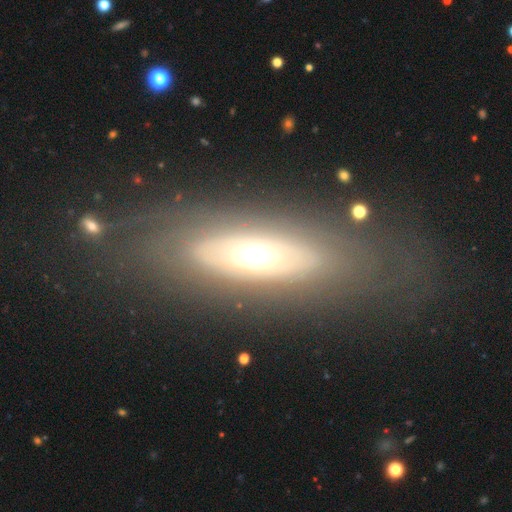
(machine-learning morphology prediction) The model was most divided on "smooth or featured": featured or disk: 60%, smooth: 31%, star or artifact: 9%. More confident: merging — none (75%); edge-on disk — no (70%).